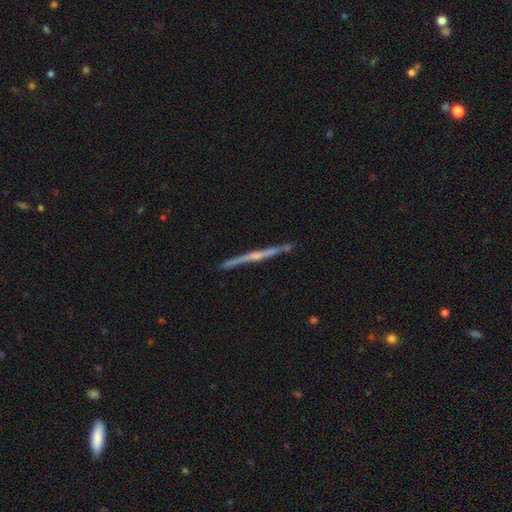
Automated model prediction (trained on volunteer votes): smooth_or_featured: featured or disk (p=0.77) [alt: smooth p=0.17]
disk_edge_on: yes (p=0.98) [alt: no p=0.02]
edge_on_bulge: rounded (p=0.56) [alt: none p=0.35]
merging: none (p=0.88) [alt: minor disturbance p=0.09]